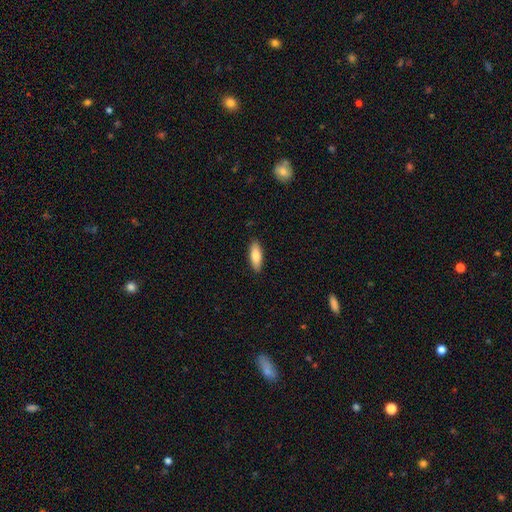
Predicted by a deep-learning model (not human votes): A smooth galaxy with no disk features (83%) that is in between round and cigar-shaped (63%). Merging: none (89%).